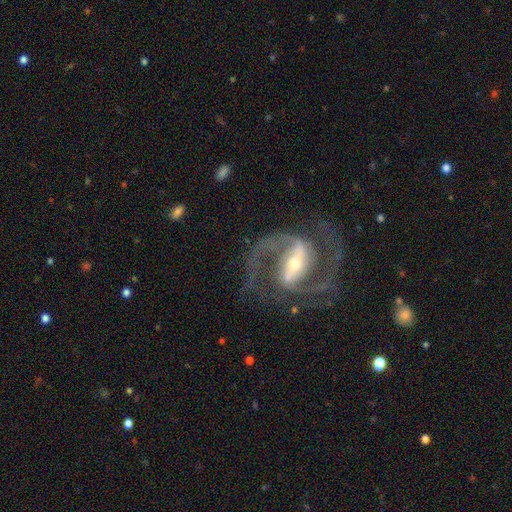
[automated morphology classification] Smooth or featured? featured or disk (91%)
Edge-on disk? no (97%)
Bar? strong (62%)
Spiral arms? yes (97%)
Spiral winding? medium (63%)
Spiral arm count? 2 (93%)
Bulge size? small (51%)
Merging? none (78%)